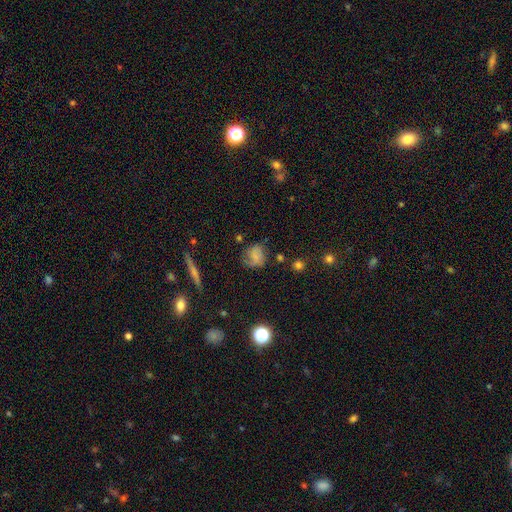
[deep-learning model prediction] A smooth galaxy with no disk features (55%) that is round (62%). Merging: none (54%).